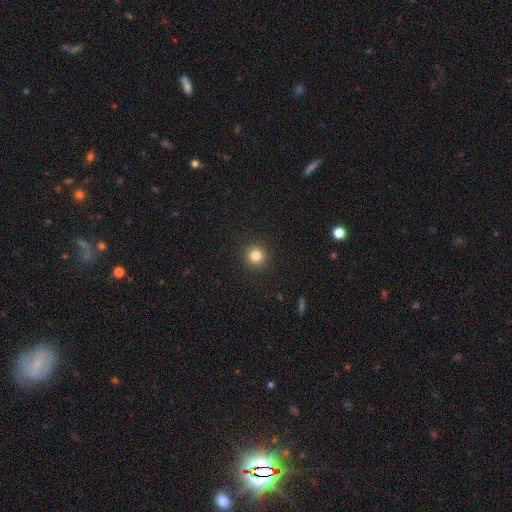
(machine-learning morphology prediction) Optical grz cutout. It shows a smooth galaxy with no disk features (83%) that is round (95%). Merging: none (93%).